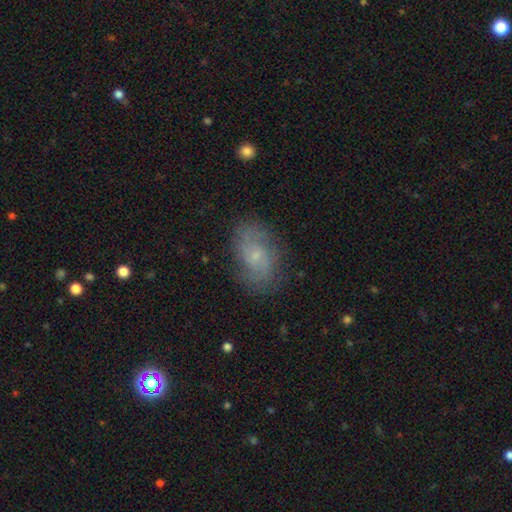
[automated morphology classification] smooth_or_featured: featured or disk (p=0.63) [alt: smooth p=0.28]
disk_edge_on: no (p=0.96) [alt: yes p=0.04]
bar: no (p=0.60) [alt: weak p=0.35]
has_spiral_arms: yes (p=0.87) [alt: no p=0.13]
spiral_winding: medium (p=0.45) [alt: tight p=0.28]
spiral_arm_count: 2 (p=0.65) [alt: can't tell p=0.23]
bulge_size: small (p=0.73) [alt: moderate p=0.17]
merging: none (p=0.75) [alt: minor disturbance p=0.17]